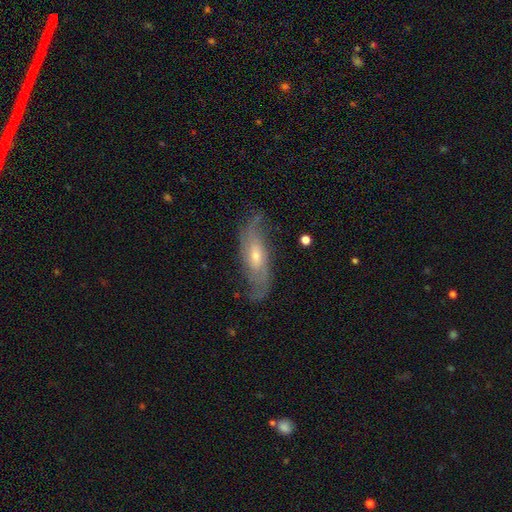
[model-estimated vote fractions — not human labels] This is likely a featured or disk galaxy (78%). It is clearly not viewed edge-on (85%). Bar: possibly no (58%). Spiral arm pattern: clearly yes (92%). Spiral arm count: likely 2 (69%). Spiral winding: marginally medium (39%, tied with loose). Central bulge: possibly small (49%). Merging: likely none (71%).